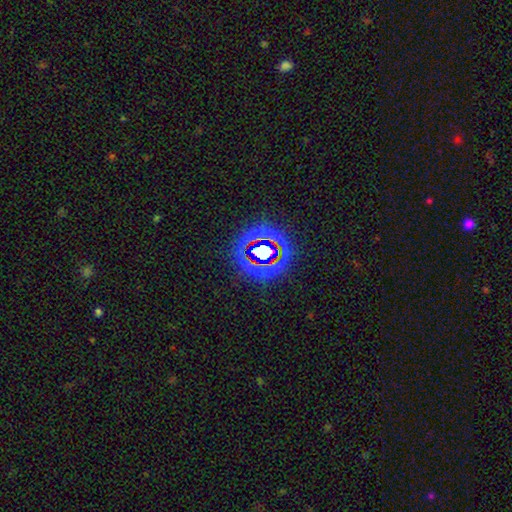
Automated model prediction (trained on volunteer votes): Smooth or featured? Predicted: star or artifact (p=0.72).